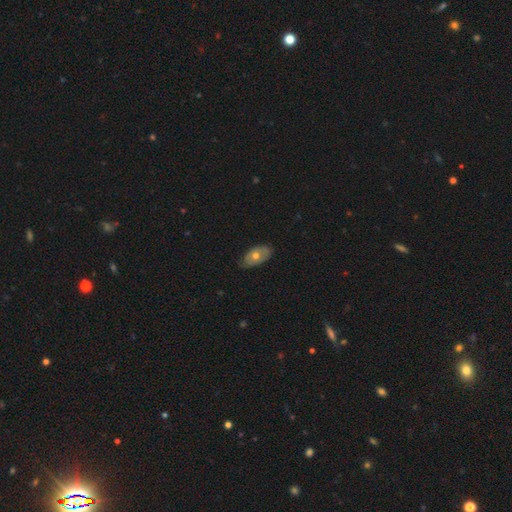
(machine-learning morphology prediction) A smooth galaxy with no disk features (52%) that is in between round and cigar-shaped (89%). Merging: none (71%).